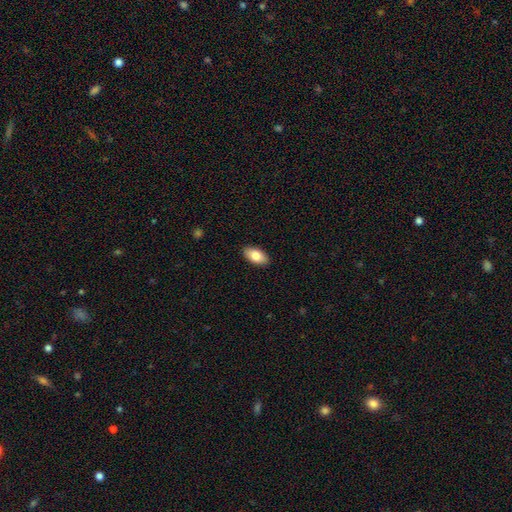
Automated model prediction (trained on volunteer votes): A smooth galaxy with no disk features (82%) that is in between round and cigar-shaped (93%).

Vote fractions:
- Smooth or featured? smooth: 82% / featured or disk: 12% / star or artifact: 6%
- How rounded? in between: 93% / cigar-shaped: 4% / round: 3%
- Merging? none: 90% / minor disturbance: 8% / major disturbance: 2% / merger: 1%